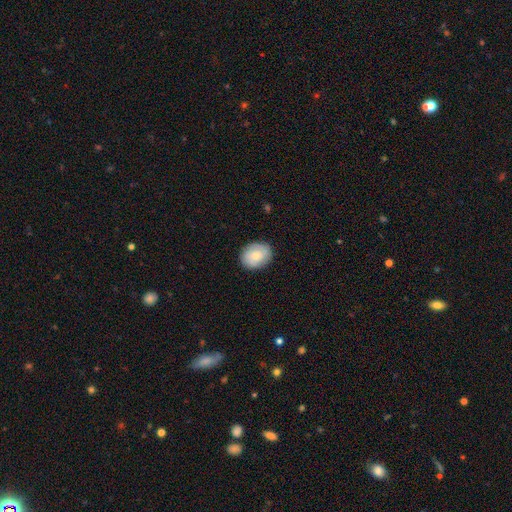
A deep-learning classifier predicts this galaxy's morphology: Smooth or featured? Predicted: smooth (p=0.75). How rounded? Predicted: in between (p=0.57). Merging? Predicted: none (p=0.86).